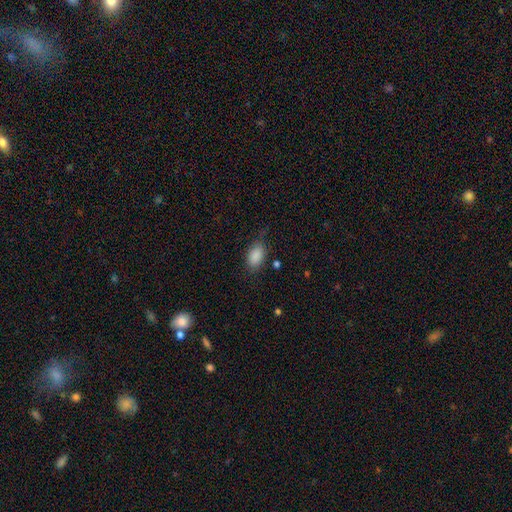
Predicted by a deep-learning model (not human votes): smooth 88%, star or artifact 7%, featured or disk 4%. Down the decision tree: how rounded — in between (90%); merging — none (72%).